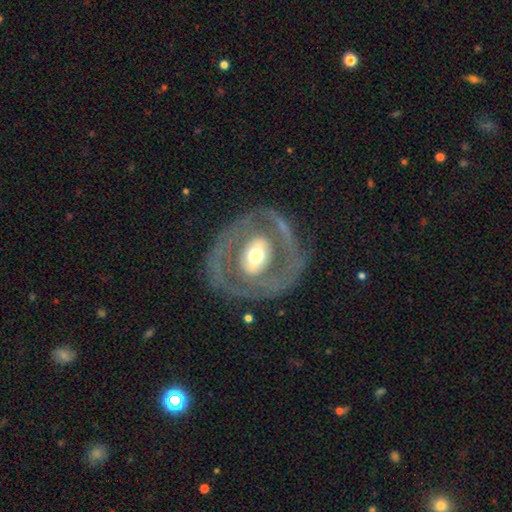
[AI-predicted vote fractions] smooth-or-featured: featured or disk: 69% | smooth: 25% | star or artifact: 6%
  disk-edge-on: no: 92% | yes: 8%
    bar: no: 44% | strong: 28% | weak: 27%
    has-spiral-arms: no: 67% | yes: 33%
    bulge-size: moderate: 60% | large: 24% | small: 12% | dominant: 3% | none: 1%
  merging: none: 76% | minor disturbance: 12% | major disturbance: 11% | merger: 2%